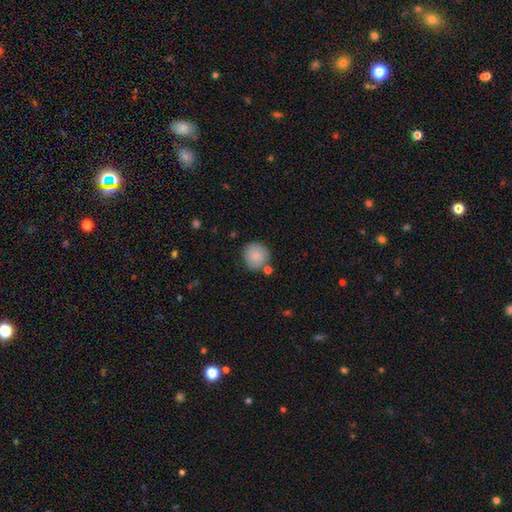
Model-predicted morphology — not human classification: The model was most divided on "merging": none: 75%, minor disturbance: 14%, merger: 8%, major disturbance: 3%. More confident: how rounded — round (90%); smooth or featured — smooth (78%).